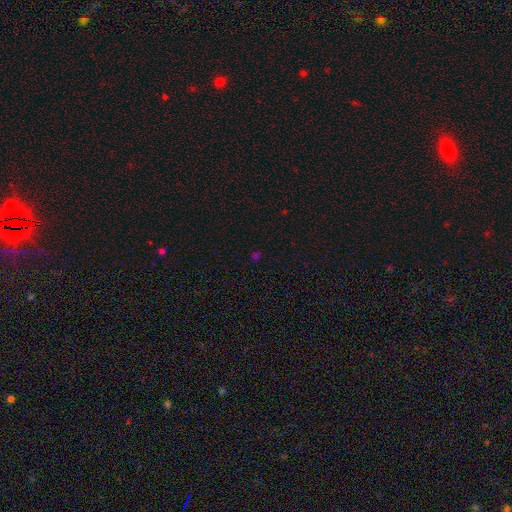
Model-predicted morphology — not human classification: Q: Smooth or featured?
A: star or artifact (52%); runner-up: smooth (43%)